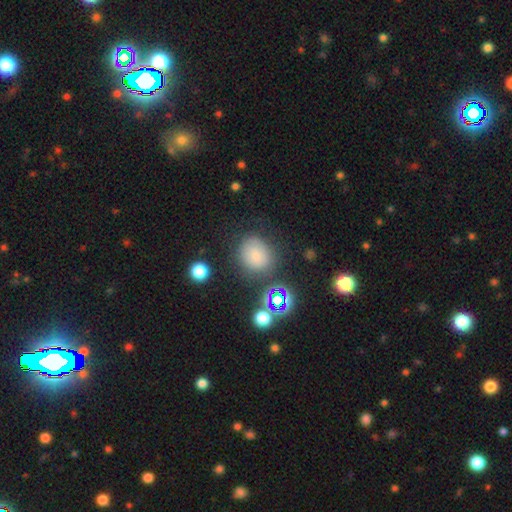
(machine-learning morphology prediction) Smooth or featured? Predicted: smooth (p=0.73). How rounded? Predicted: round (p=0.76). Merging? Predicted: none (p=0.73).